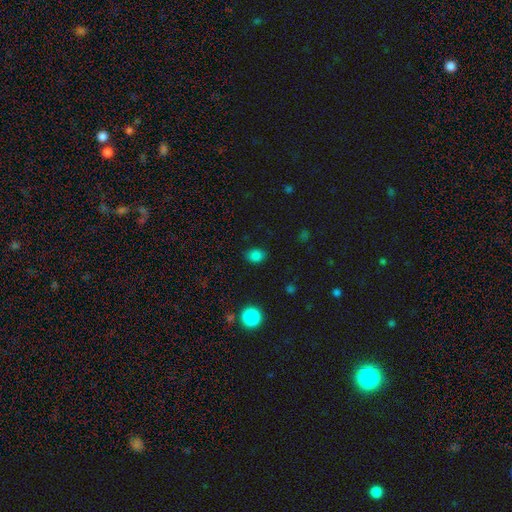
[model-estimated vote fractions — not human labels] Morphology: type=smooth (82%); roundness=in between (53%); merging=none (85%).